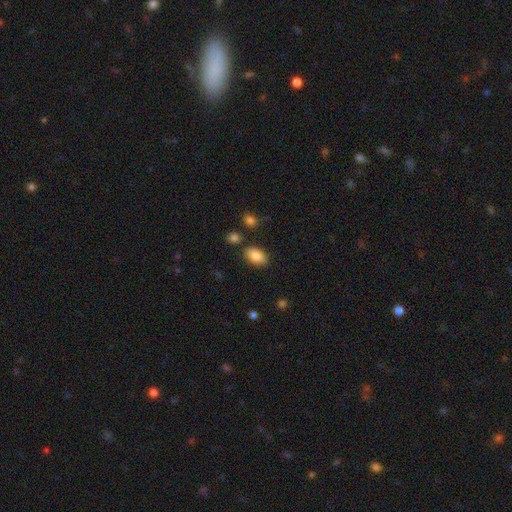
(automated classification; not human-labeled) Q: Smooth or featured?
A: smooth (86%); runner-up: star or artifact (8%)
Q: How rounded?
A: in between (91%); runner-up: round (7%)
Q: Merging?
A: none (83%); runner-up: minor disturbance (11%)